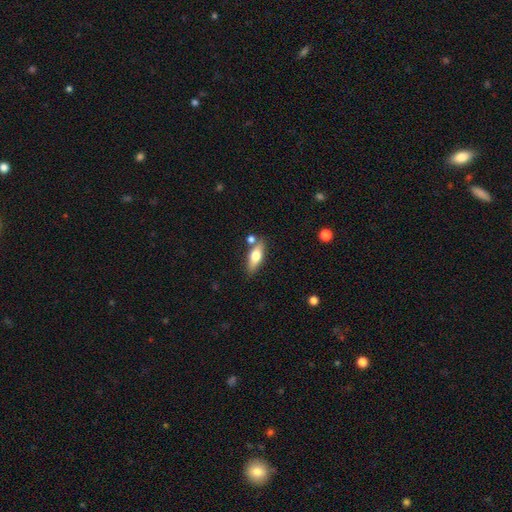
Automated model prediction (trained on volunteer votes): Q: Smooth or featured?
A: smooth (61%); runner-up: featured or disk (33%)
Q: How rounded?
A: in between (57%); runner-up: cigar-shaped (39%)
Q: Merging?
A: none (74%); runner-up: minor disturbance (13%)